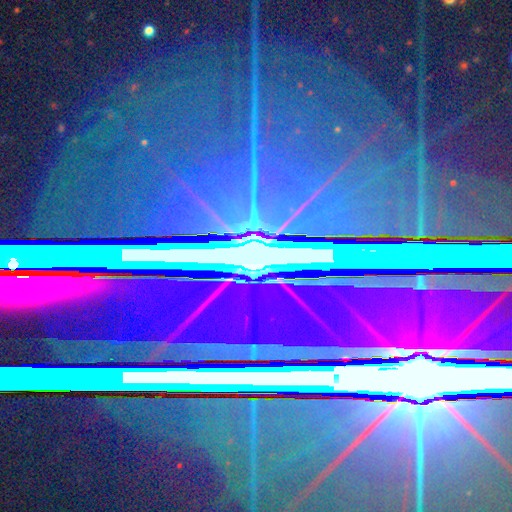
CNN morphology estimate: star or artifact 83%, featured or disk 11%, smooth 6%.